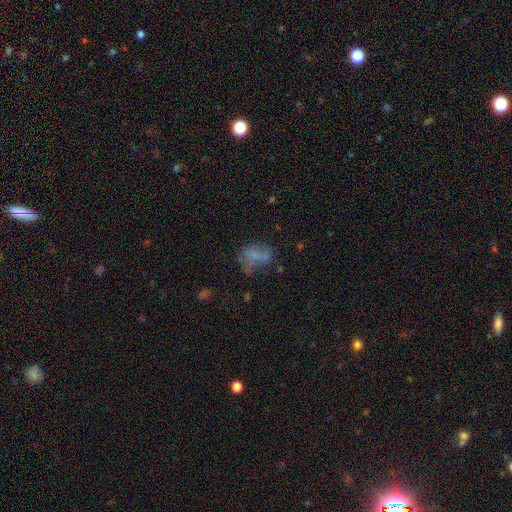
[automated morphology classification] smooth 54%, featured or disk 30%, star or artifact 16%. Down the decision tree: how rounded — in between (77%); merging — none (39%).